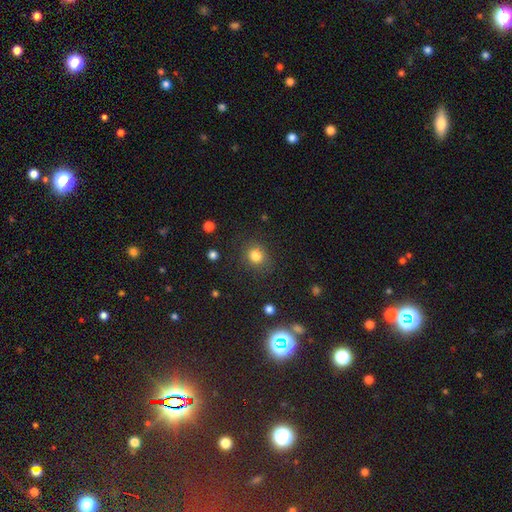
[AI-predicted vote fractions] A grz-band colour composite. It shows a smooth galaxy with no disk features (81%) that is round (78%). Merging: none (82%).